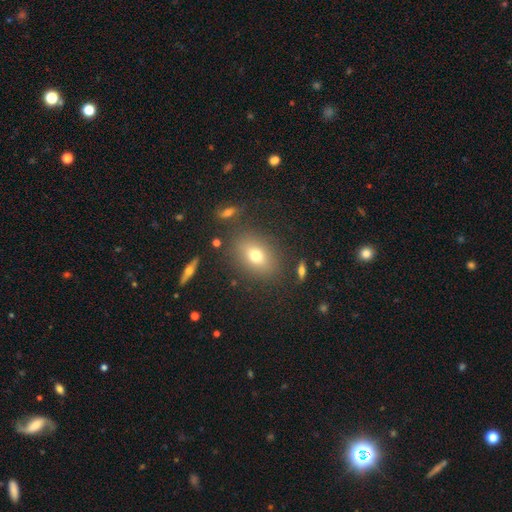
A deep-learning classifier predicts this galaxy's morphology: The model was most divided on "how rounded": in between: 68%, round: 30%, cigar-shaped: 2%. More confident: merging — none (81%); smooth or featured — smooth (71%).